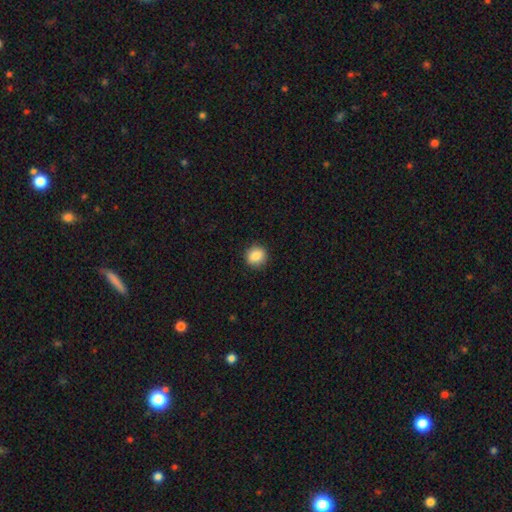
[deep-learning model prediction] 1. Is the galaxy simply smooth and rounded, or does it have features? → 87% smooth, 9% star or artifact, 4% featured or disk.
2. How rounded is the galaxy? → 83% round, 16% in between, 1% cigar-shaped.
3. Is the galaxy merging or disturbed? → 88% none, 9% minor disturbance, 2% major disturbance, 1% merger.